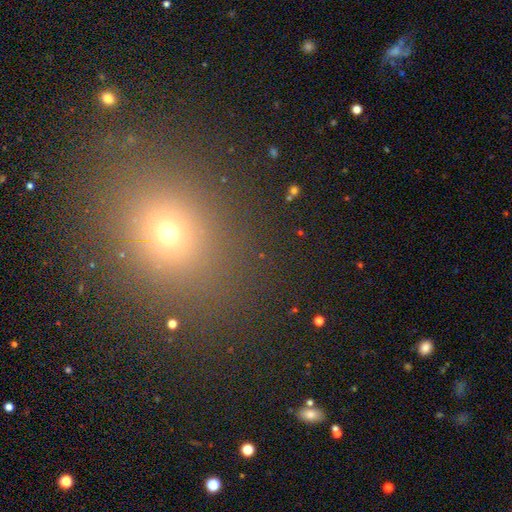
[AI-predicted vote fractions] Overall: smooth (56%; star or artifact 36%). How rounded: round (65%; in between 33%). Merging: none (87%).